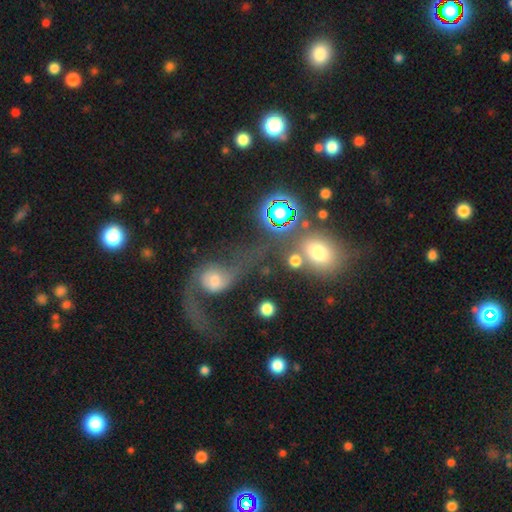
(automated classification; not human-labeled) Smooth or featured?
  - featured or disk: 56% *
  - smooth: 25%
  - star or artifact: 19%
Edge-on disk?
  - no: 93% *
  - yes: 7%
Bar?
  - no: 63% *
  - weak: 28%
  - strong: 9%
Spiral arms?
  - yes: 79% *
  - no: 21%
Bulge size?
  - moderate: 43% *
  - small: 28%
  - large: 16%
  - none: 8%
  - dominant: 6%
Merging?
  - none: 33% *
  - major disturbance: 30%
  - merger: 24%
  - minor disturbance: 13%